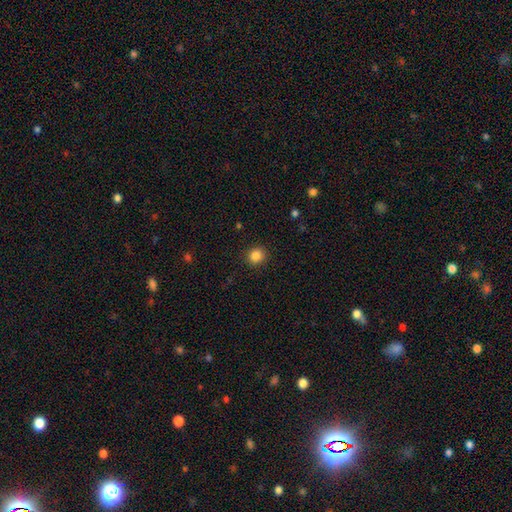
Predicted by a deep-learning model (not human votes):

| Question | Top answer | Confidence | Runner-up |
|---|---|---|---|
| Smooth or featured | smooth | 86% | star or artifact (11%) |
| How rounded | round | 86% | in between (13%) |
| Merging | none | 90% | minor disturbance (6%) |